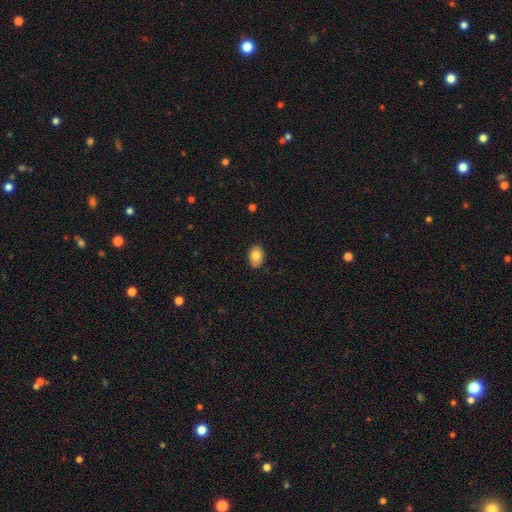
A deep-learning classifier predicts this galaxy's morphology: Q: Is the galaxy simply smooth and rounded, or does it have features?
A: smooth — 80%.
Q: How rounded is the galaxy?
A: in between — 81%.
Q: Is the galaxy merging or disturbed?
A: none — 84%.